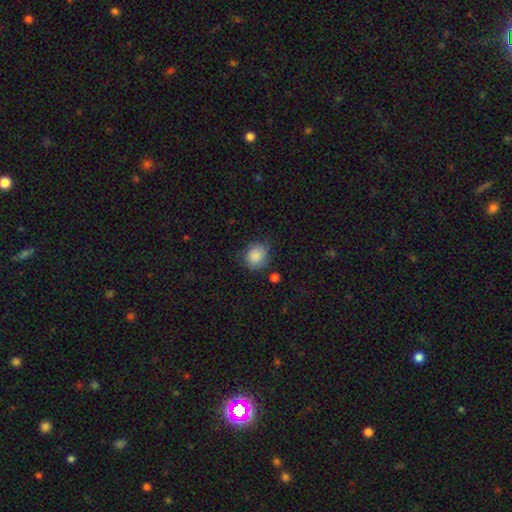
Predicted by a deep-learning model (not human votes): smooth 86%, star or artifact 8%, featured or disk 7%. Down the decision tree: how rounded — round (71%); merging — none (66%).